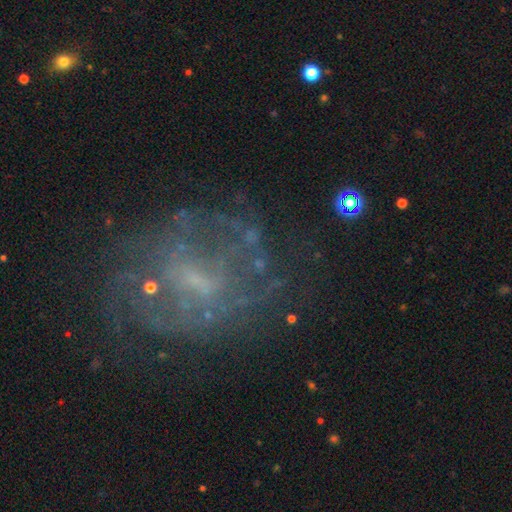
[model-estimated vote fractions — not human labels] Smooth or featured: featured or disk — 66% (star or artifact — 17%)
Edge-on disk: no — 97% (yes — 3%)
Bar: no — 44% (weak — 43%)
Spiral arms: yes — 54% (no — 46%)
Bulge size: small — 46% (none — 34%)
Merging: none — 58% (major disturbance — 21%)